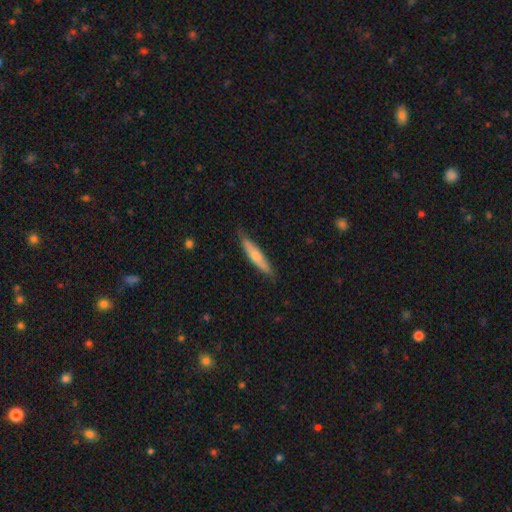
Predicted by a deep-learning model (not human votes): smooth-or-featured: smooth: 58% | featured or disk: 37% | star or artifact: 5%
  how-rounded: cigar-shaped: 85% | in between: 14% | round: 2%
  merging: none: 80% | minor disturbance: 17% | major disturbance: 2% | merger: 1%